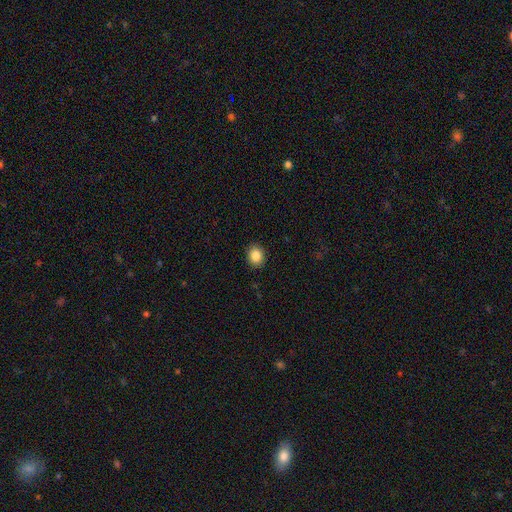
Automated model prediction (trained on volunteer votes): A smooth galaxy with no disk features (86%) that is round (62%).

Vote fractions:
- Smooth or featured? smooth: 86% / star or artifact: 9% / featured or disk: 5%
- How rounded? round: 62% / in between: 37% / cigar-shaped: 1%
- Merging? none: 90% / minor disturbance: 7% / major disturbance: 2% / merger: 1%